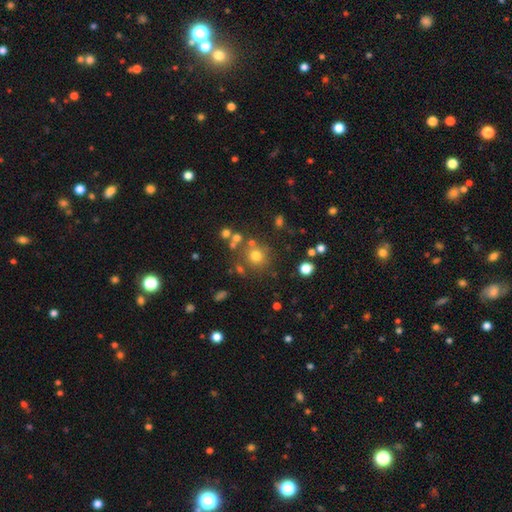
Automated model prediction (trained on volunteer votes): Q: Smooth or featured?
A: smooth (70%); runner-up: star or artifact (19%)
Q: How rounded?
A: round (90%); runner-up: in between (9%)
Q: Merging?
A: none (74%); runner-up: minor disturbance (11%)